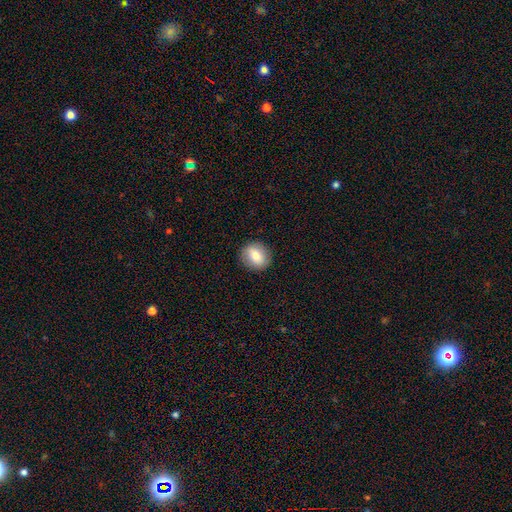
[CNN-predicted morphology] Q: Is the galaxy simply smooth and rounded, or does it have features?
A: smooth — 75%.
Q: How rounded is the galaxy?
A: round — 78%.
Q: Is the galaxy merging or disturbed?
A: none — 89%.